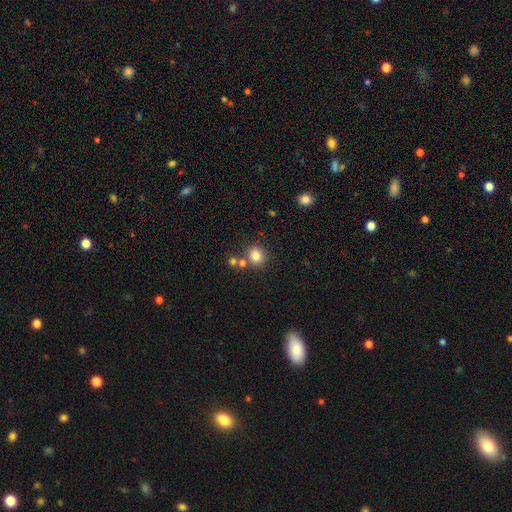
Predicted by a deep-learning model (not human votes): This is clearly a smooth galaxy (80%). How rounded: clearly round (83%). Merging: likely none (72%).